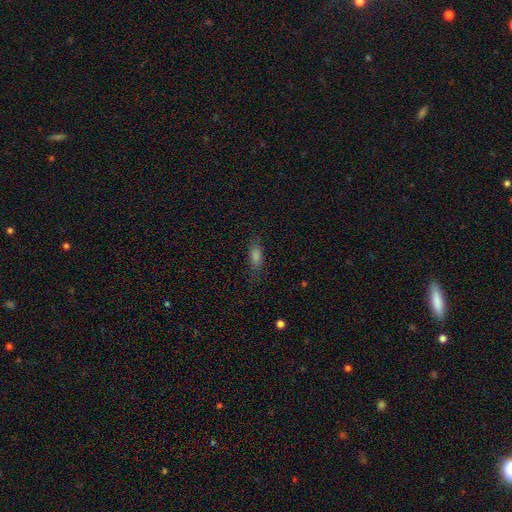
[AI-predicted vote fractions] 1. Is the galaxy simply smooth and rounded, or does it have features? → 69% smooth, 16% featured or disk, 15% star or artifact.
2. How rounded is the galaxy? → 56% in between, 40% cigar-shaped, 4% round.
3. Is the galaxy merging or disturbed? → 77% none, 17% minor disturbance, 5% major disturbance, 1% merger.